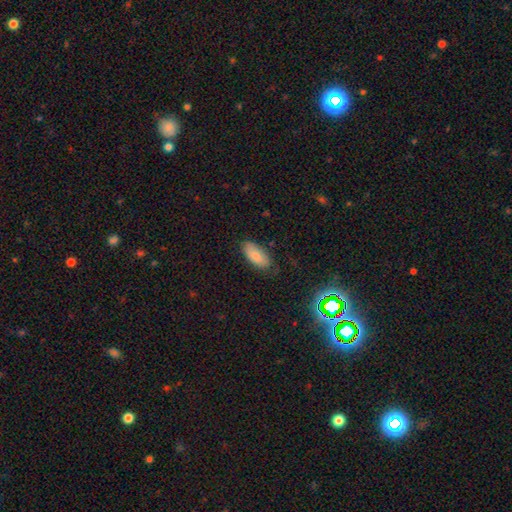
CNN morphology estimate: Smooth or featured?
  - smooth: 82% *
  - featured or disk: 10%
  - star or artifact: 8%
How rounded?
  - in between: 89% *
  - cigar-shaped: 9%
  - round: 2%
Merging?
  - none: 75% *
  - minor disturbance: 20%
  - major disturbance: 4%
  - merger: 1%